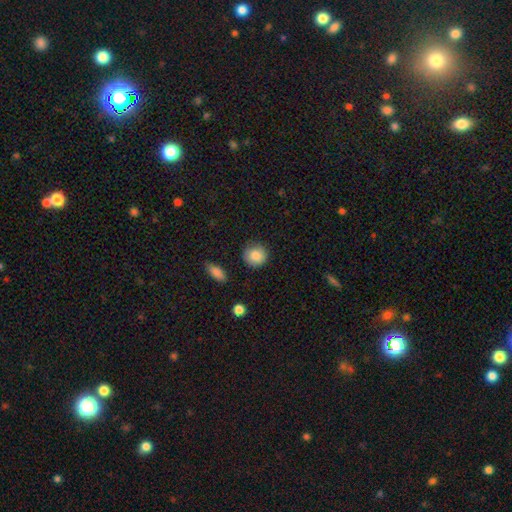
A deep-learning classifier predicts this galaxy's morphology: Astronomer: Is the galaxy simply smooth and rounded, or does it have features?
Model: smooth — 87%.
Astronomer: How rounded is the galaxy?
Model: round — 89%.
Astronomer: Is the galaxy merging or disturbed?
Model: none — 86%.